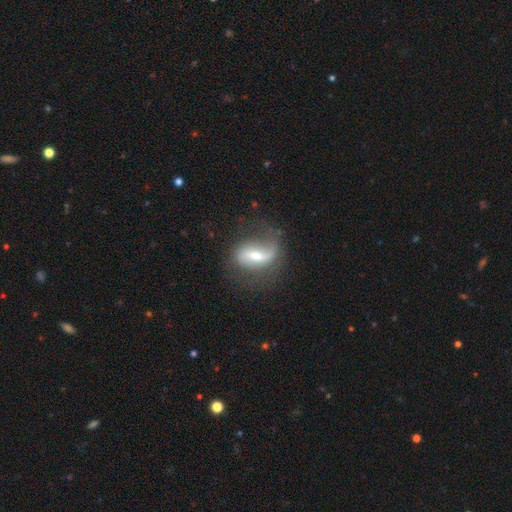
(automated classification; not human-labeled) Smooth or featured? featured or disk (67%)
Edge-on disk? no (90%)
Bar? strong (42%)
Spiral arms? yes (82%)
Bulge size? moderate (54%)
Merging? none (53%)